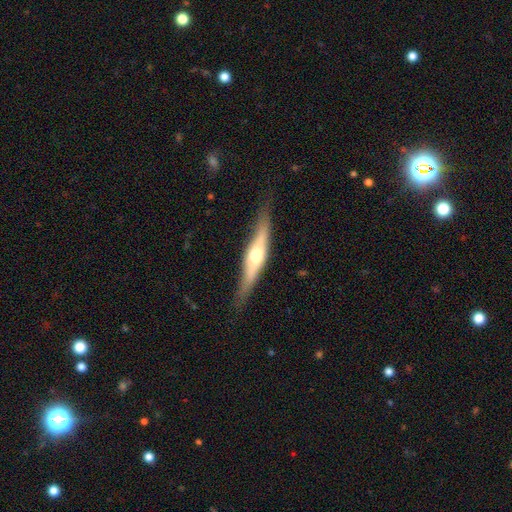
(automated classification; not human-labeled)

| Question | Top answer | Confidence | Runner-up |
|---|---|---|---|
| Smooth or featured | featured or disk | 62% | smooth (32%) |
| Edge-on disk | yes | 92% | no (8%) |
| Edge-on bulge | rounded | 87% | boxy (8%) |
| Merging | none | 82% | minor disturbance (13%) |